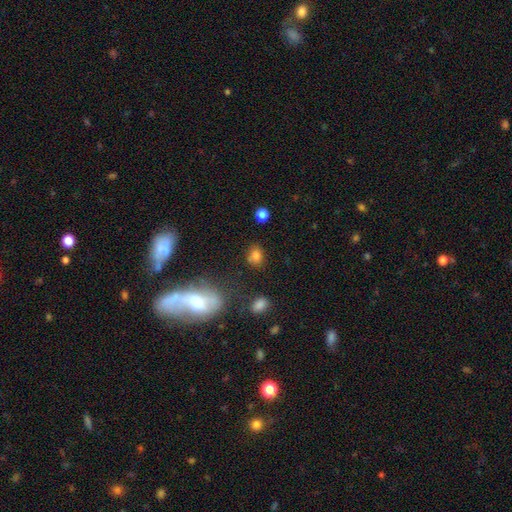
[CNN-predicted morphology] smooth 78%, star or artifact 14%, featured or disk 8%. Down the decision tree: how rounded — round (52%); merging — none (72%).